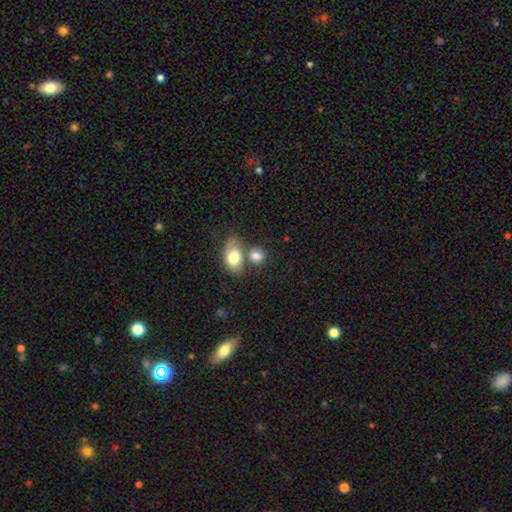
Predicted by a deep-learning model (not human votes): A smooth galaxy with no disk features (80%) that is in between round and cigar-shaped (52%). Merging: none (46%).